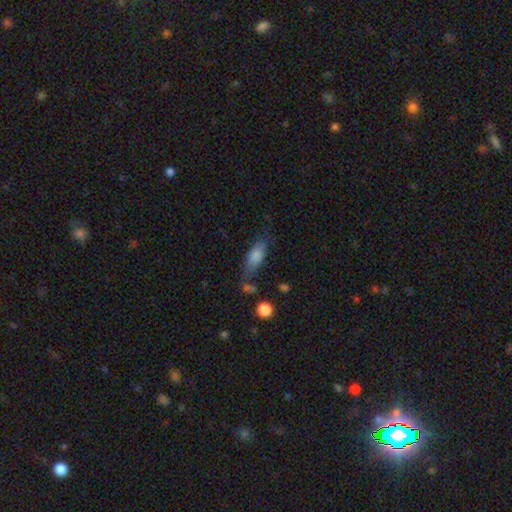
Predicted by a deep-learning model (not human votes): Morphology: type=smooth (78%); roundness=in between (73%); merging=none (54%).